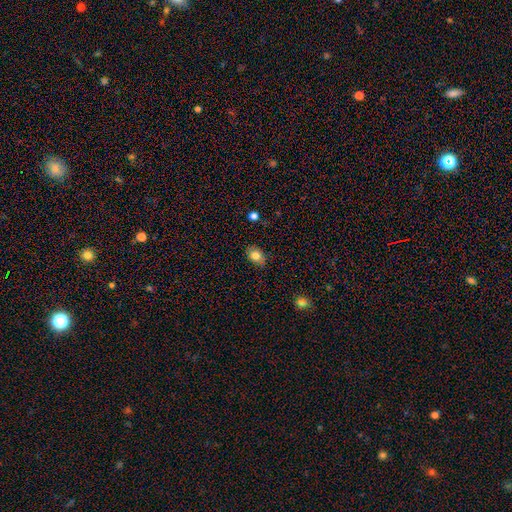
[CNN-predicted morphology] Smooth or featured?
  - smooth: 82% *
  - star or artifact: 10%
  - featured or disk: 9%
How rounded?
  - in between: 65% *
  - round: 34%
  - cigar-shaped: 1%
Merging?
  - none: 84% *
  - minor disturbance: 13%
  - major disturbance: 2%
  - merger: 1%